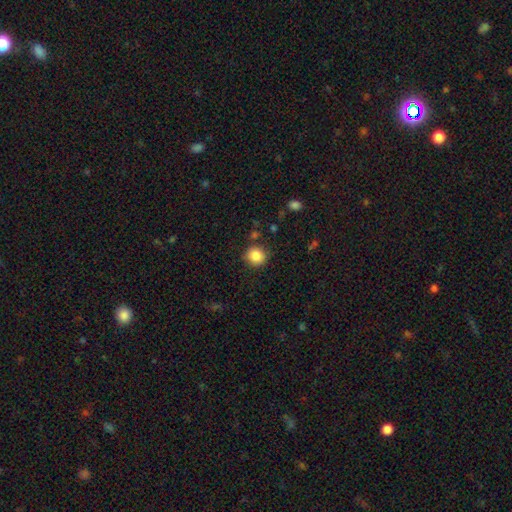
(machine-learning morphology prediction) This appears to be a smooth galaxy with no disk features (85%) that is round (90%). Merging: none (86%).